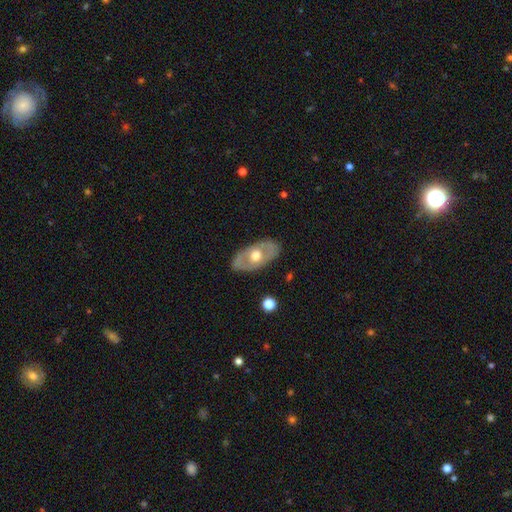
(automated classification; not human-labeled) smooth-or-featured: featured or disk: 56% | smooth: 39% | star or artifact: 5%
  disk-edge-on: no: 84% | yes: 16%
  merging: none: 83% | minor disturbance: 12% | major disturbance: 4% | merger: 1%